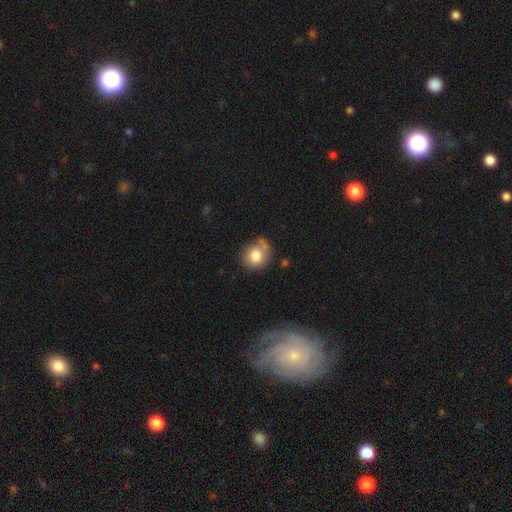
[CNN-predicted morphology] type=smooth (78%); roundness=round (79%); merging=none (59%).